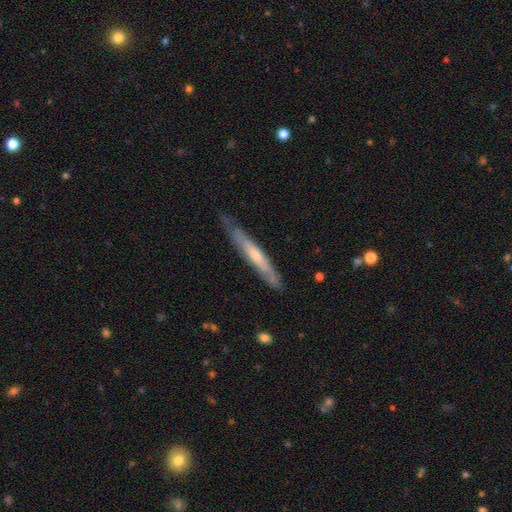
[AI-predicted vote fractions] The model was most divided on "smooth or featured": featured or disk: 58%, smooth: 37%, star or artifact: 5%. More confident: edge-on disk — yes (79%); merging — none (74%).